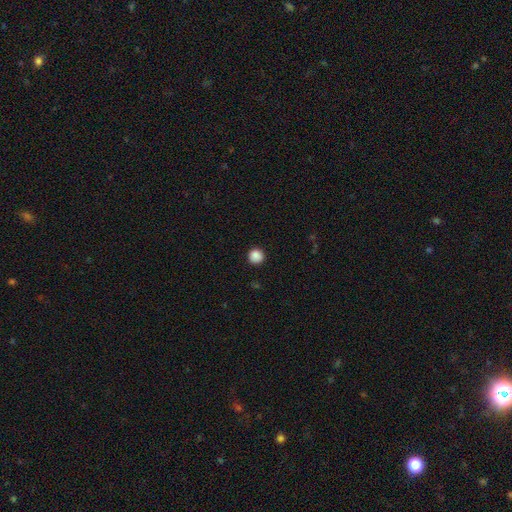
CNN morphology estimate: Smooth or featured?
  - smooth: 88% *
  - star or artifact: 10%
  - featured or disk: 3%
How rounded?
  - round: 94% *
  - in between: 5%
  - cigar-shaped: 1%
Merging?
  - none: 92% *
  - minor disturbance: 6%
  - major disturbance: 2%
  - merger: 1%